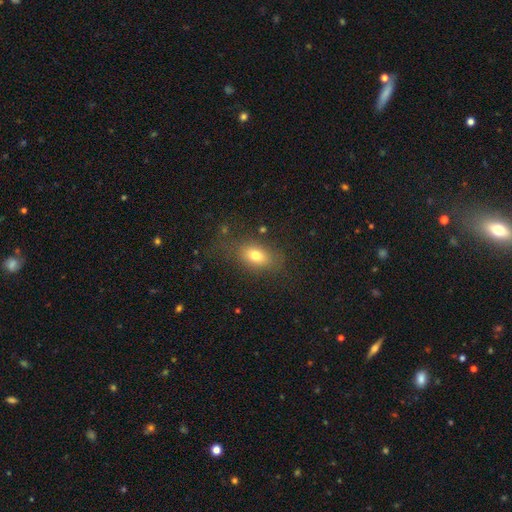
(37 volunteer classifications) Smooth or featured? smooth (81%)
How rounded? in between (87%)
Merging? none (69%)